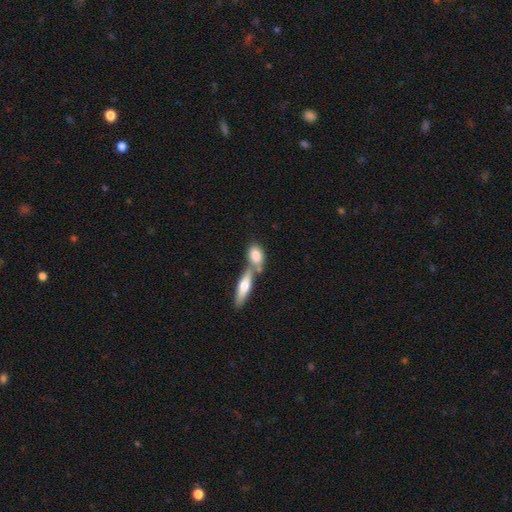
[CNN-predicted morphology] Smooth or featured? Predicted: smooth (p=0.76). How rounded? Predicted: in between (p=0.75). Merging? Predicted: merger (p=0.54).